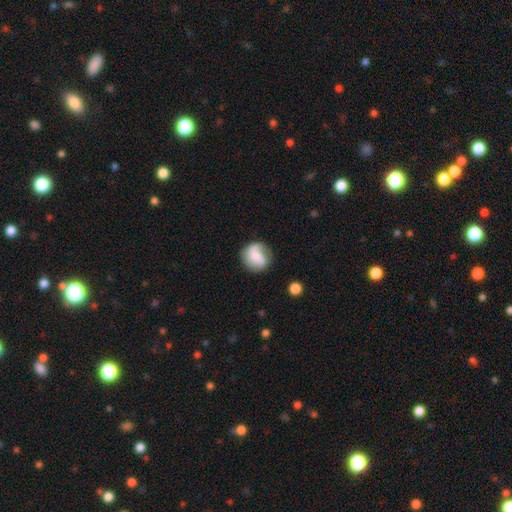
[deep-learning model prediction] Overall: smooth (51%; featured or disk 41%). How rounded: round (81%). Merging: none (68%).